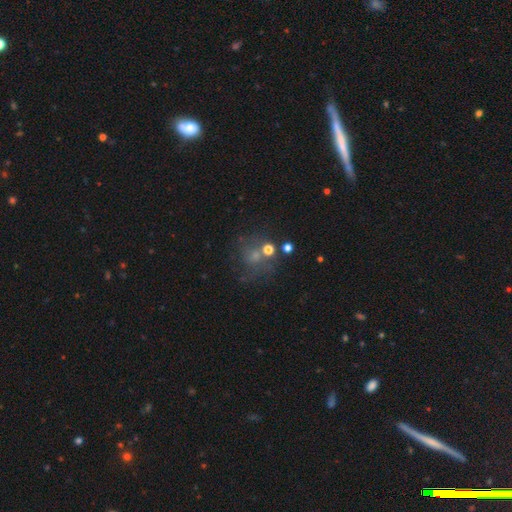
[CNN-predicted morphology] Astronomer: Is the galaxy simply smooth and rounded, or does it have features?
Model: smooth — 45% (runner-up: star or artifact, 28%).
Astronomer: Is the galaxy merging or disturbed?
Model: none — 53%.